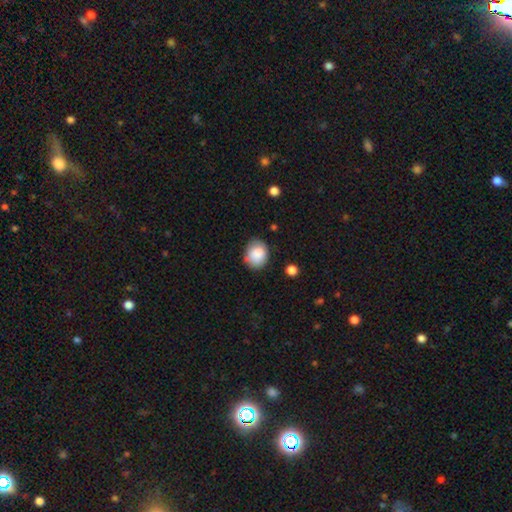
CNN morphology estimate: Smooth or featured? Predicted: smooth (p=0.87). How rounded? Predicted: round (p=0.59). Merging? Predicted: none (p=0.72).